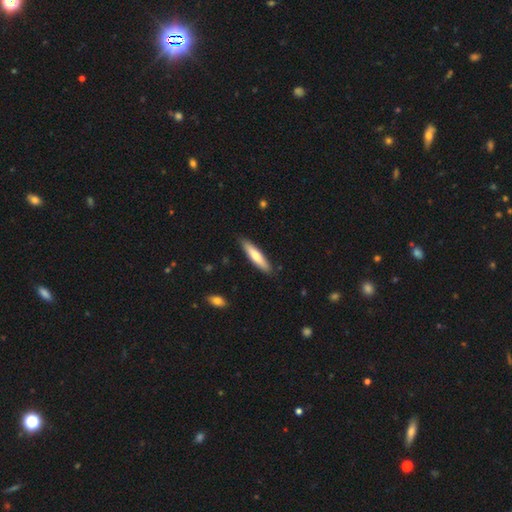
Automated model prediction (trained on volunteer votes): smooth_or_featured: smooth (p=0.66) [alt: featured or disk p=0.29]
how_rounded: cigar-shaped (p=0.82) [alt: in between p=0.17]
merging: none (p=0.88) [alt: minor disturbance p=0.09]